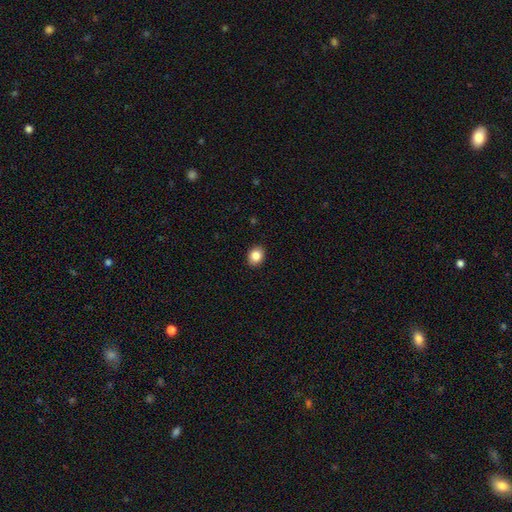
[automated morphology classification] A smooth galaxy with no disk features (85%) that is round (53%). Merging: none (91%).